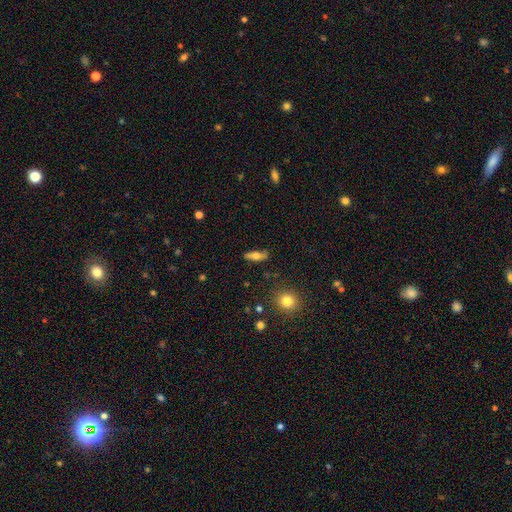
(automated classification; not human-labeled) Morphology: type=smooth (65%); roundness=in between (54%); merging=none (79%).